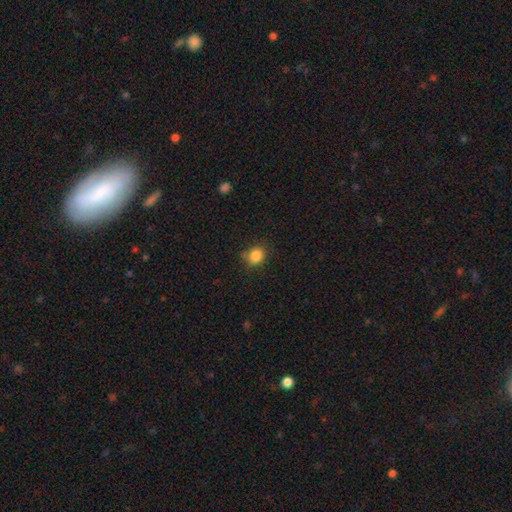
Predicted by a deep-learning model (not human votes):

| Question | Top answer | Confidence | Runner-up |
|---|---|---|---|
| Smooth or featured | smooth | 85% | star or artifact (10%) |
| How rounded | round | 64% | in between (35%) |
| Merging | none | 78% | minor disturbance (15%) |